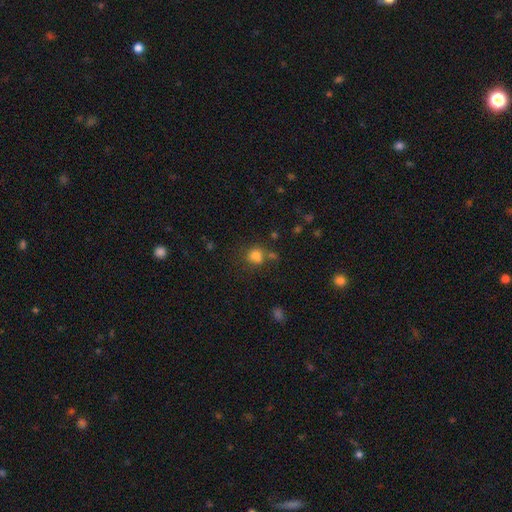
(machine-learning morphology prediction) smooth-or-featured: smooth: 77% | star or artifact: 15% | featured or disk: 9%
  how-rounded: round: 69% | in between: 30% | cigar-shaped: 1%
  merging: none: 53% | merger: 22% | minor disturbance: 17% | major disturbance: 8%